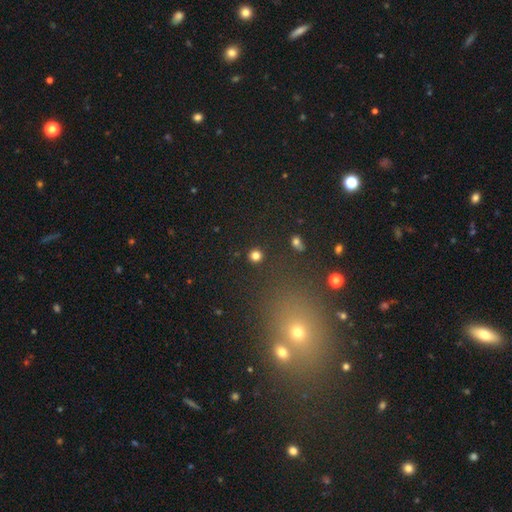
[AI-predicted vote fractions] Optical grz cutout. It shows a smooth galaxy with no disk features (81%) that is round (93%). Merging: none (91%).